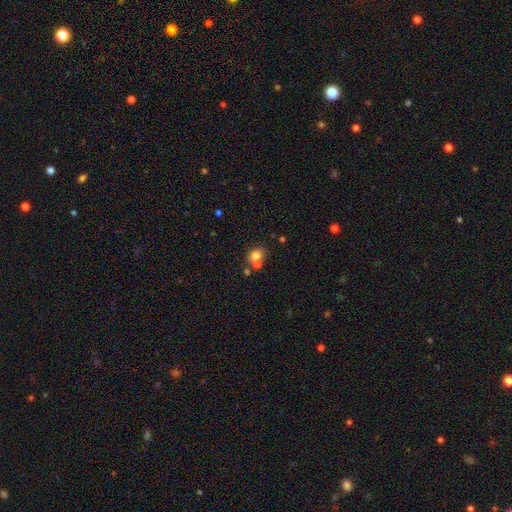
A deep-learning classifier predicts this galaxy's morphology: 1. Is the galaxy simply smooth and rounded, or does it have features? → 73% smooth, 14% star or artifact, 13% featured or disk.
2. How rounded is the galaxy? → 60% round, 39% in between, 1% cigar-shaped.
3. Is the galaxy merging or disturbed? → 51% none, 35% merger, 10% minor disturbance, 4% major disturbance.